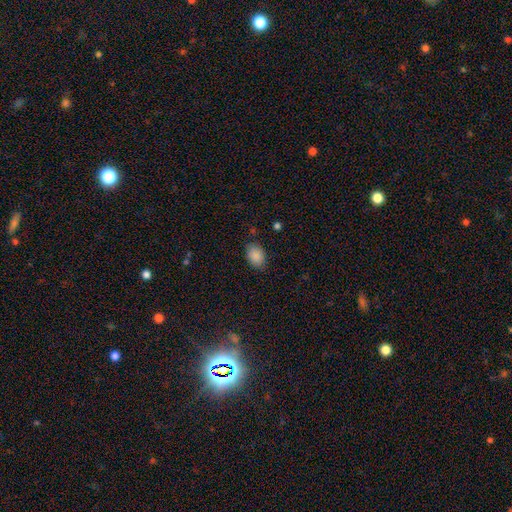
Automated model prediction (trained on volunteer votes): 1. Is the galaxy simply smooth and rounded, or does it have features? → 88% smooth, 7% star or artifact, 4% featured or disk.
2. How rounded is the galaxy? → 85% in between, 14% round, 1% cigar-shaped.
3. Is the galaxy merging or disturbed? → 81% none, 15% minor disturbance, 3% major disturbance, 1% merger.